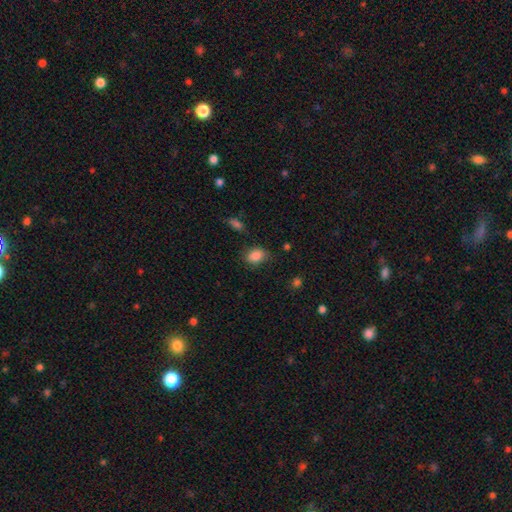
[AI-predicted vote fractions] smooth-or-featured: smooth: 86% | star or artifact: 9% | featured or disk: 5%
  how-rounded: in between: 73% | round: 26% | cigar-shaped: 1%
  merging: none: 72% | minor disturbance: 20% | major disturbance: 5% | merger: 2%